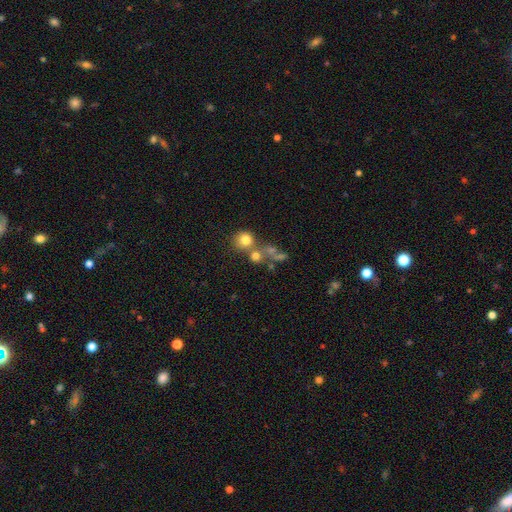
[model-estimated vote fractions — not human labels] smooth 69%, star or artifact 16%, featured or disk 15%. Down the decision tree: how rounded — round (86%); merging — none (50%).